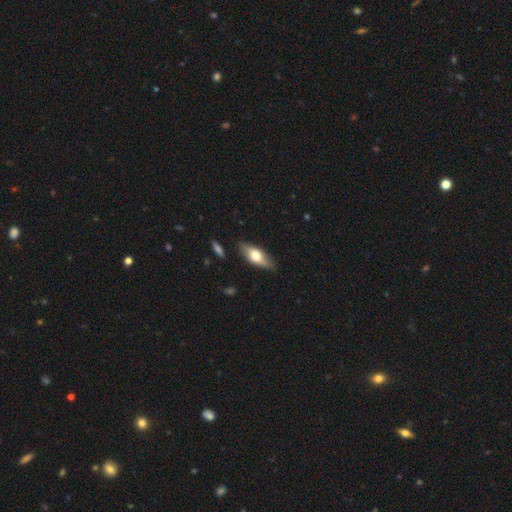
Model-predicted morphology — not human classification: Overall: smooth (61%; featured or disk 33%). How rounded: in between (73%). Merging: none (84%).